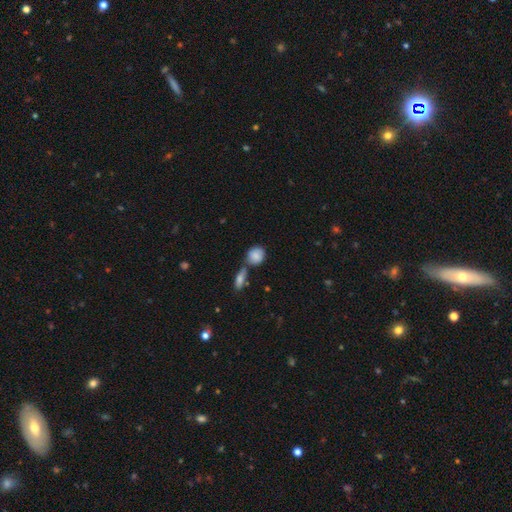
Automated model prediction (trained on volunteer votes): smooth-or-featured: smooth: 85% | featured or disk: 8% | star or artifact: 7%
  how-rounded: round: 70% | in between: 27% | cigar-shaped: 3%
  merging: none: 55% | merger: 26% | minor disturbance: 14% | major disturbance: 4%